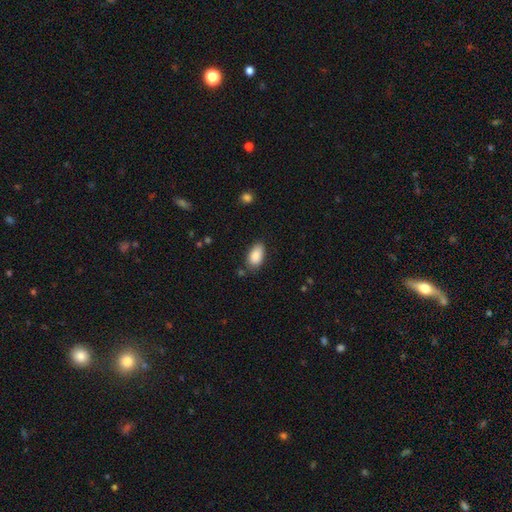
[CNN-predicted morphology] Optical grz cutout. It shows a smooth galaxy with no disk features (88%) that is in between round and cigar-shaped (94%). Merging: none (77%).